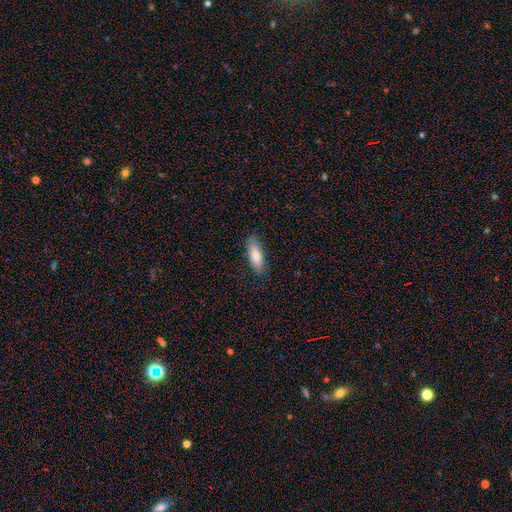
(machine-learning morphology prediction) Smooth or featured: smooth — 79% (featured or disk — 15%)
How rounded: in between — 62% (cigar-shaped — 37%)
Merging: none — 84% (minor disturbance — 12%)